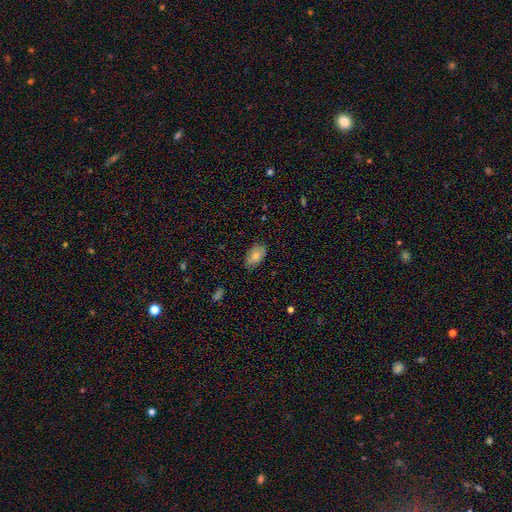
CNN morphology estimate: This is likely a smooth galaxy (77%). How rounded: clearly in between (91%). Merging: likely none (78%).